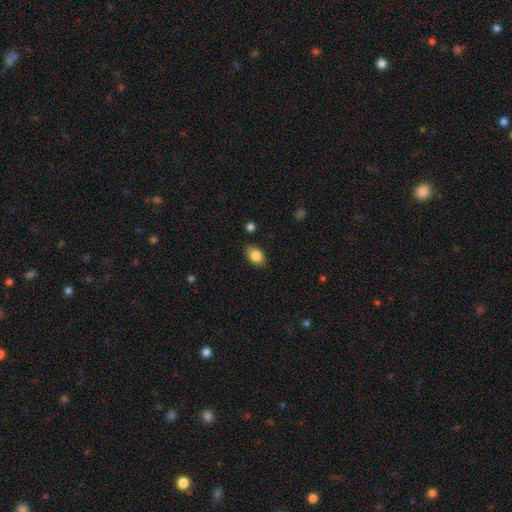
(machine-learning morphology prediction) type=smooth (84%); roundness=in between (84%); merging=none (84%).